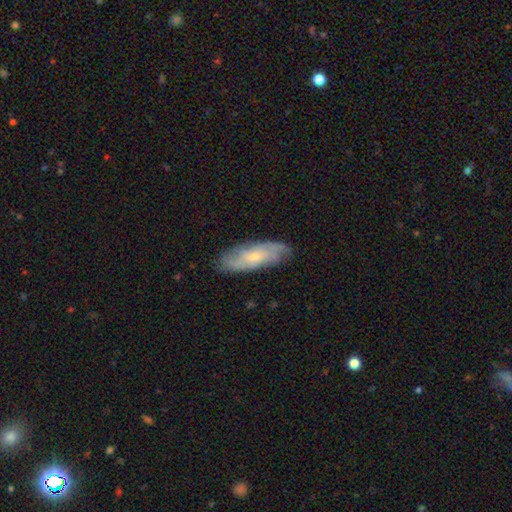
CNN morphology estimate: smooth-or-featured: featured or disk: 58% | smooth: 36% | star or artifact: 6%
  disk-edge-on: no: 81% | yes: 19%
  merging: none: 80% | minor disturbance: 15% | major disturbance: 3% | merger: 1%